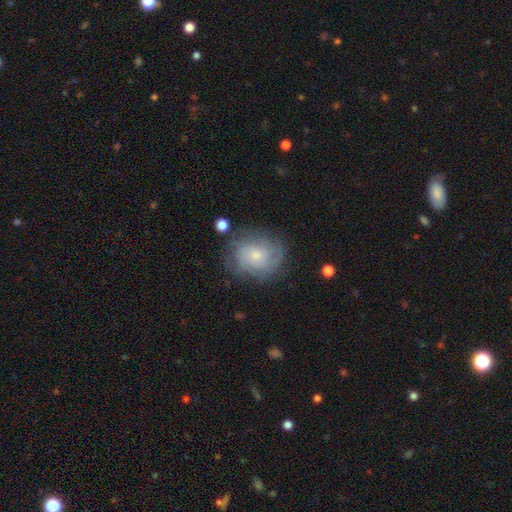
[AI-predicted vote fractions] Smooth or featured? featured or disk (60%)
Edge-on disk? no (97%)
Bar? no (78%)
Spiral arms? yes (85%)
Spiral winding? tight (58%)
Spiral arm count? can't tell (51%)
Bulge size? small (52%)
Merging? none (73%)